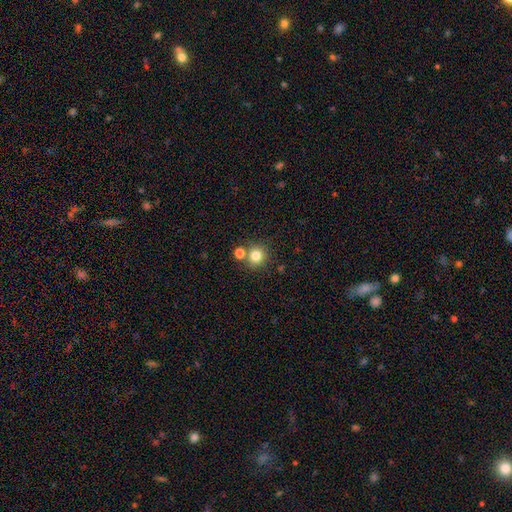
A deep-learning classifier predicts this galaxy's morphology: Smooth or featured: smooth — 81% (star or artifact — 13%)
How rounded: round — 91% (in between — 8%)
Merging: none — 72% (merger — 18%)